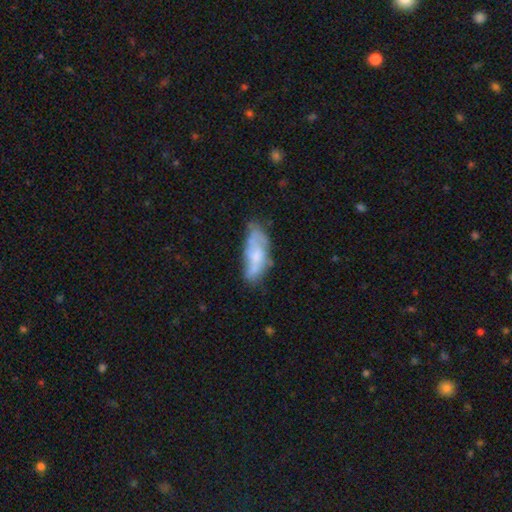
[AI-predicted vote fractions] Q: Smooth or featured?
A: featured or disk (48%); runner-up: smooth (45%)
Q: Merging?
A: none (50%); runner-up: minor disturbance (29%)